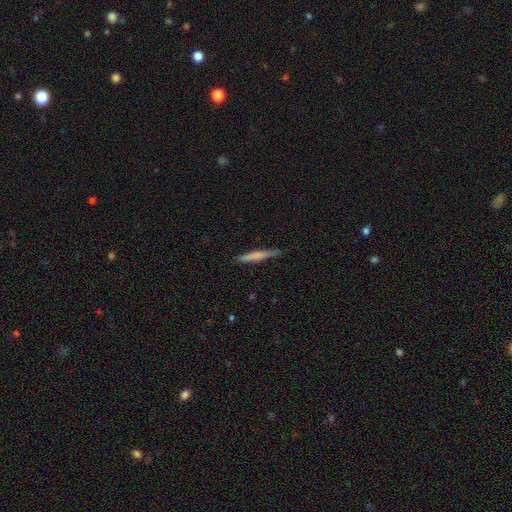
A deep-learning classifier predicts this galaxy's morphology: smooth 63%, featured or disk 31%, star or artifact 6%. Down the decision tree: how rounded — cigar-shaped (95%); merging — none (84%).